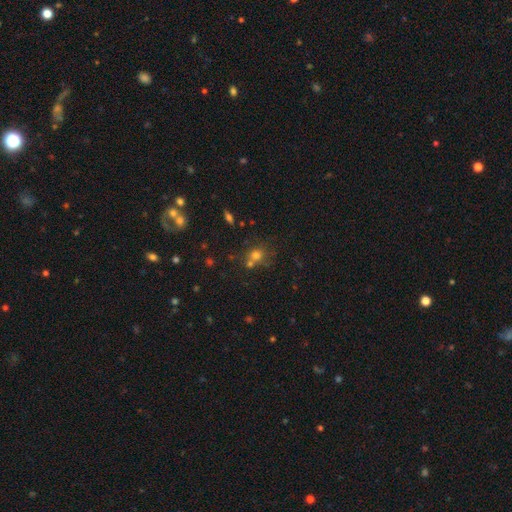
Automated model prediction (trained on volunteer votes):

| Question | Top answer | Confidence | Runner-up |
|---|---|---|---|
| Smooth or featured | smooth | 67% | star or artifact (21%) |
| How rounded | round | 82% | in between (17%) |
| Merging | none | 52% | merger (32%) |